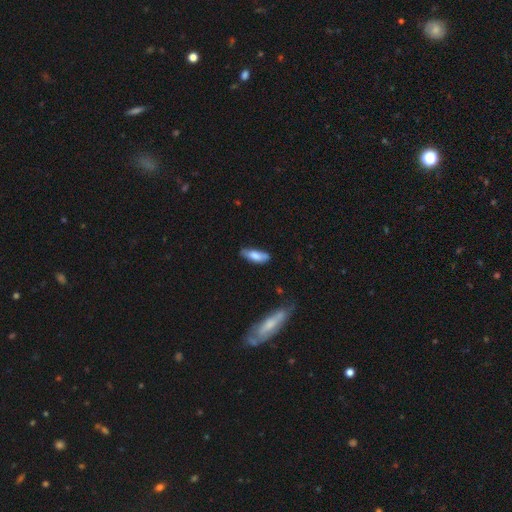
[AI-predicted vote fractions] A smooth galaxy with no disk features (76%) that is in between round and cigar-shaped (59%). Merging: none (69%).